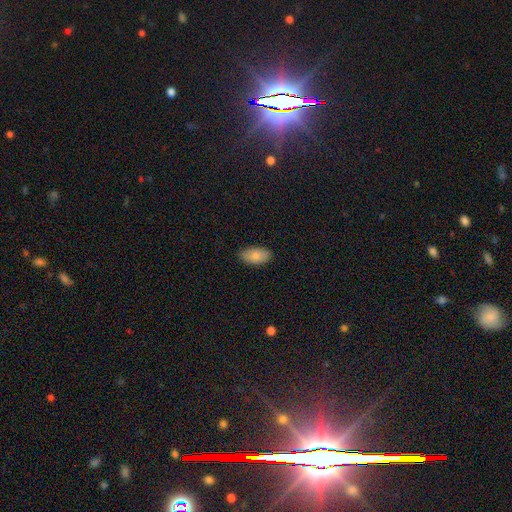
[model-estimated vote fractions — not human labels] This appears to be a smooth galaxy with no disk features (84%) that is in between round and cigar-shaped (94%). Merging: none (87%).